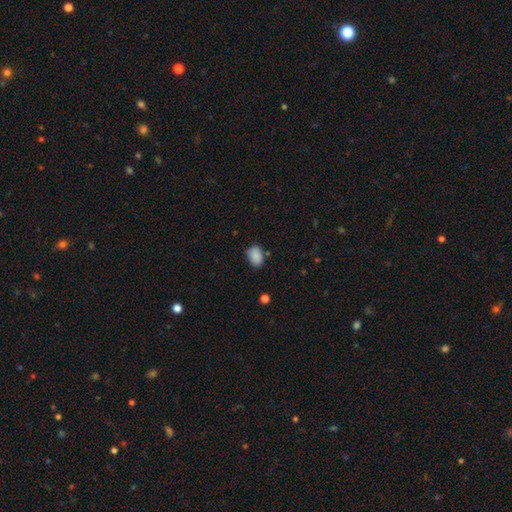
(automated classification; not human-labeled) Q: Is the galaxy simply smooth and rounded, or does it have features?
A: smooth — 86%.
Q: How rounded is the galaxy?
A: in between — 79%.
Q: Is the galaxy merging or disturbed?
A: none — 70%.